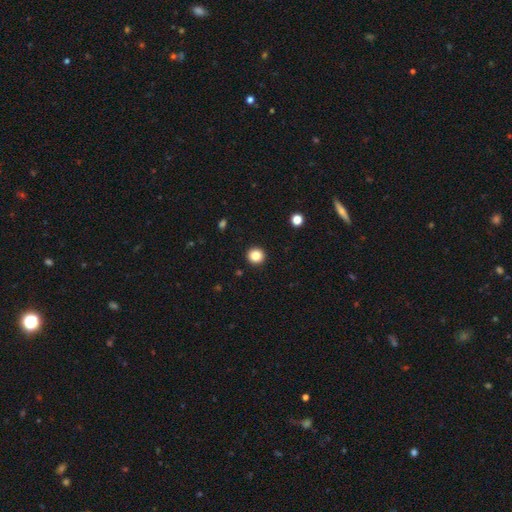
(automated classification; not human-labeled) Smooth or featured? Predicted: smooth (p=0.85). How rounded? Predicted: round (p=0.94). Merging? Predicted: none (p=0.94).